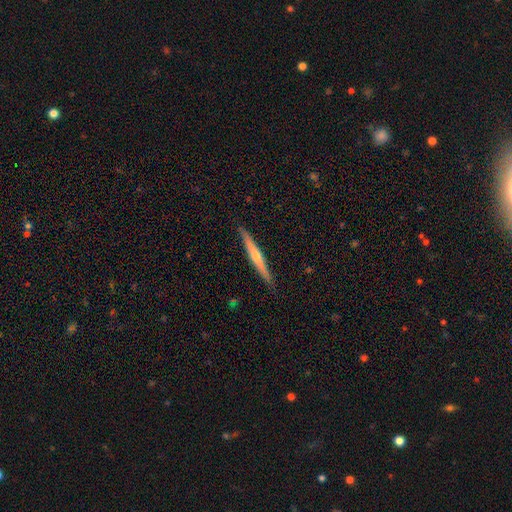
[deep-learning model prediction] Smooth or featured? Predicted: featured or disk (p=0.63). Edge-on disk? Predicted: yes (p=0.98). Edge-on bulge? Predicted: rounded (p=0.75). Merging? Predicted: none (p=0.91).